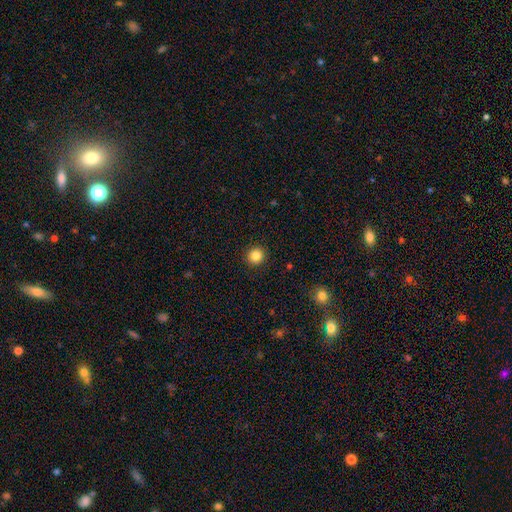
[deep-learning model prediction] Smooth or featured? smooth (86%)
How rounded? round (94%)
Merging? none (93%)